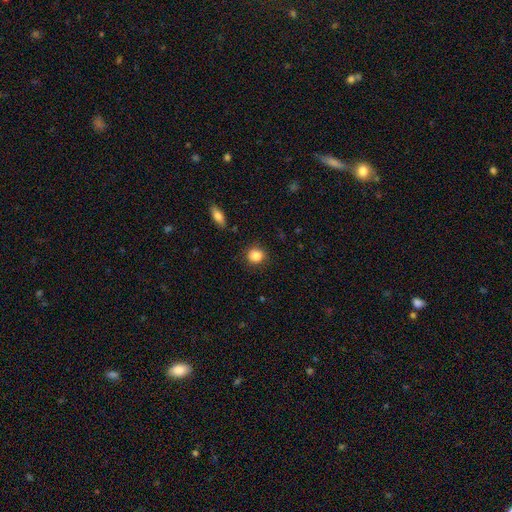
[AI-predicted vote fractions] Overall: smooth (86%). How rounded: round (85%). Merging: none (85%).